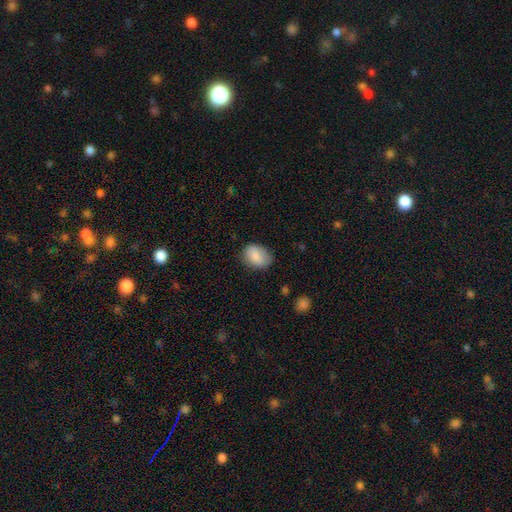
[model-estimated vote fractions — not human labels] Q: Smooth or featured?
A: smooth (84%); runner-up: featured or disk (9%)
Q: How rounded?
A: in between (70%); runner-up: round (29%)
Q: Merging?
A: none (73%); runner-up: minor disturbance (21%)